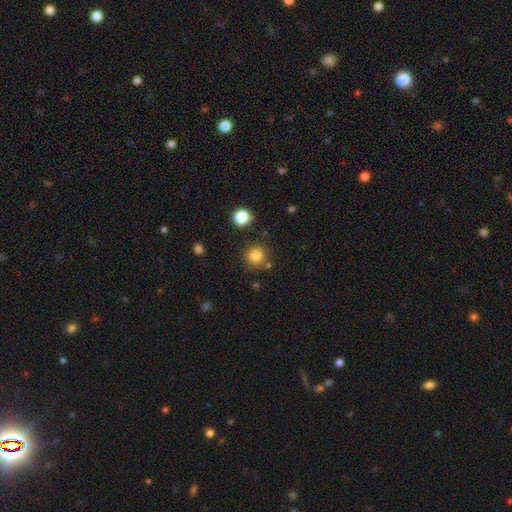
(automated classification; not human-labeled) Morphology: type=smooth (82%); roundness=round (94%); merging=none (84%).